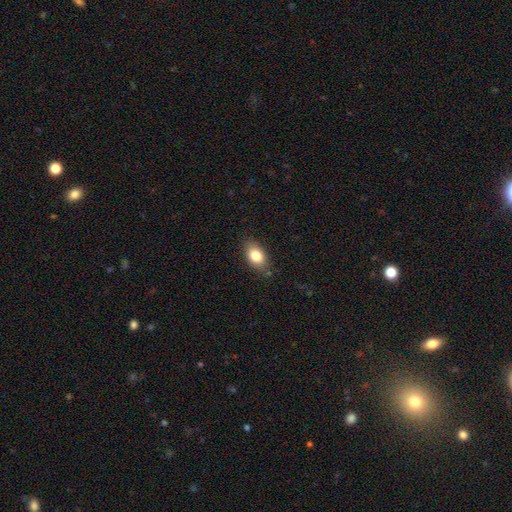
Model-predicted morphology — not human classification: This appears to be a smooth galaxy with no disk features (82%) that is in between round and cigar-shaped (87%). Merging: none (80%).